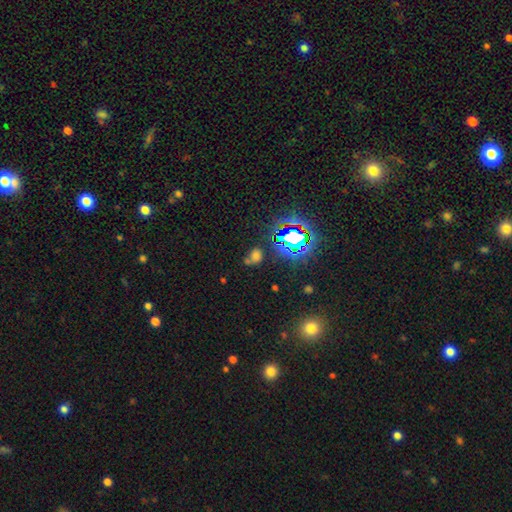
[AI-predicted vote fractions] Overall: smooth (52%; star or artifact 37%). How rounded: in between (52%; round 46%). Merging: none (51%; merger 20%).